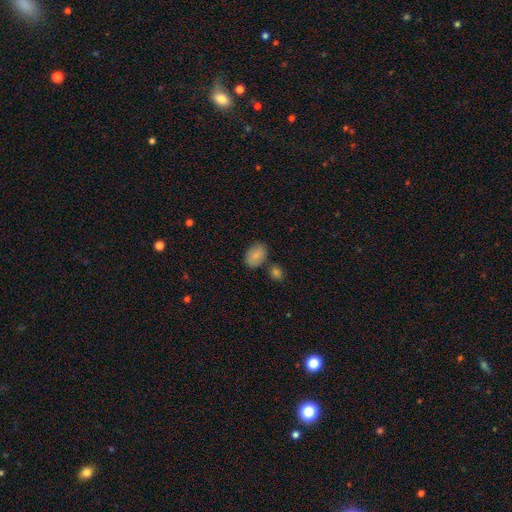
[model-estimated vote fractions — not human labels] This appears to be a smooth galaxy with no disk features (84%) that is in between round and cigar-shaped (80%). Merging: none (72%).